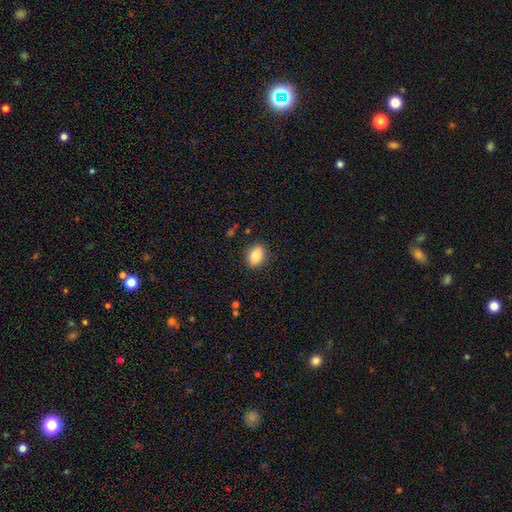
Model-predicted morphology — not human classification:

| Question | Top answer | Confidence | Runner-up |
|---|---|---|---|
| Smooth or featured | smooth | 82% | featured or disk (10%) |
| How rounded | in between | 72% | round (26%) |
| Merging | none | 86% | minor disturbance (10%) |